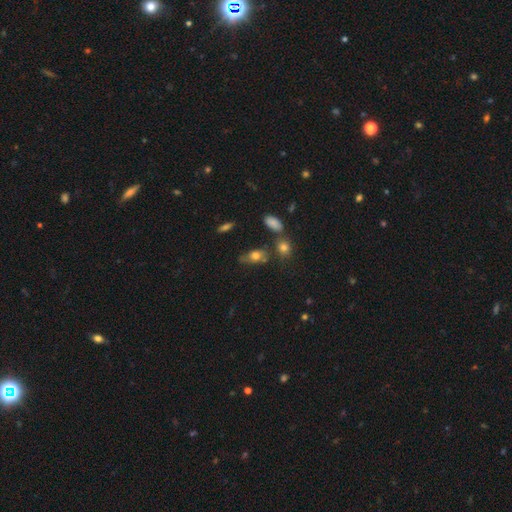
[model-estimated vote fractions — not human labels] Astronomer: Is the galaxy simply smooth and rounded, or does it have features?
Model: smooth — 72%.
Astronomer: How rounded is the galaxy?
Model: in between — 78%.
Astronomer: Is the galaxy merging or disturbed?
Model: none — 54%.